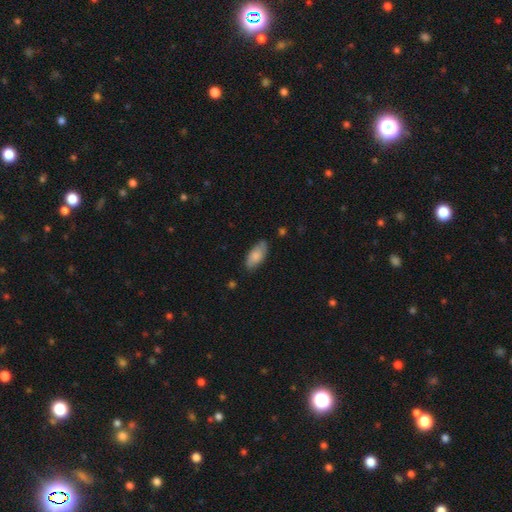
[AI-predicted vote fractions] Q: Smooth or featured?
A: smooth (81%); runner-up: featured or disk (13%)
Q: How rounded?
A: in between (90%); runner-up: cigar-shaped (8%)
Q: Merging?
A: none (78%); runner-up: minor disturbance (17%)